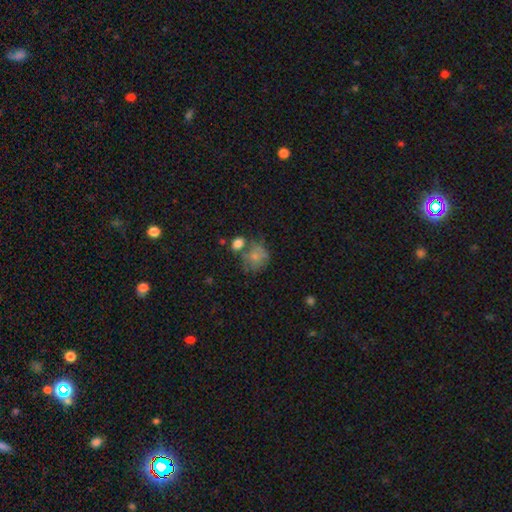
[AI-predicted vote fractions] smooth-or-featured: smooth: 67% | featured or disk: 22% | star or artifact: 11%
  how-rounded: round: 63% | in between: 35% | cigar-shaped: 1%
  merging: none: 39% | merger: 23% | minor disturbance: 22% | major disturbance: 16%